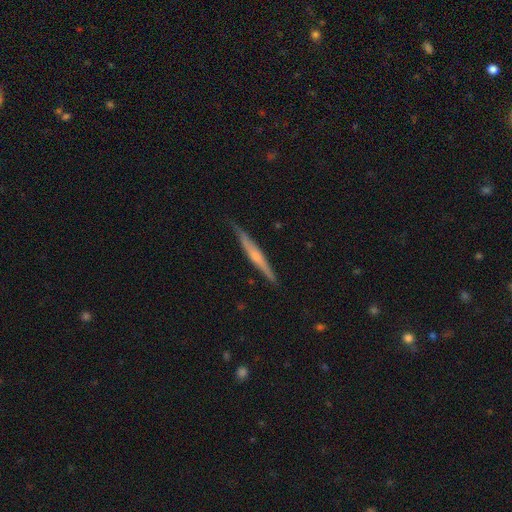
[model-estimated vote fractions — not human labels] A featured or disk galaxy (62%) viewed edge-on (97%) with a rounded central bulge (58%). Merging: none (83%).